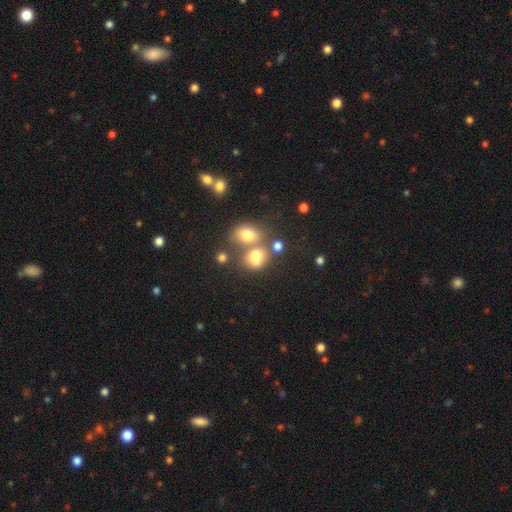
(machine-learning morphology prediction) smooth_or_featured: smooth (p=0.69) [alt: featured or disk p=0.15]
how_rounded: in between (p=0.52) [alt: round p=0.46]
merging: merger (p=0.46) [alt: none p=0.36]